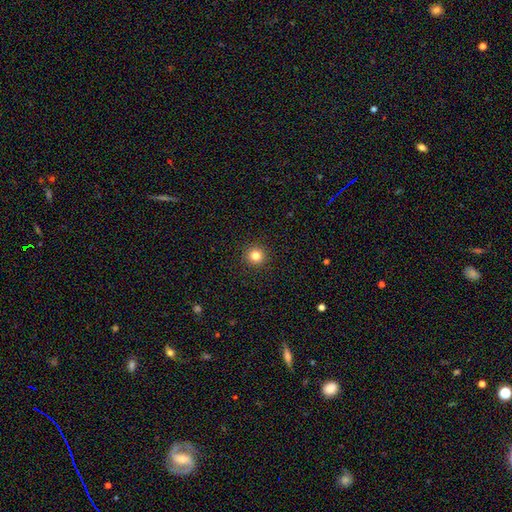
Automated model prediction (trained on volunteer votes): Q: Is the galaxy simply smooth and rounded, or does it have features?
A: smooth — 82%.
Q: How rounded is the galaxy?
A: round — 95%.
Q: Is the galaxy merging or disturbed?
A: none — 93%.